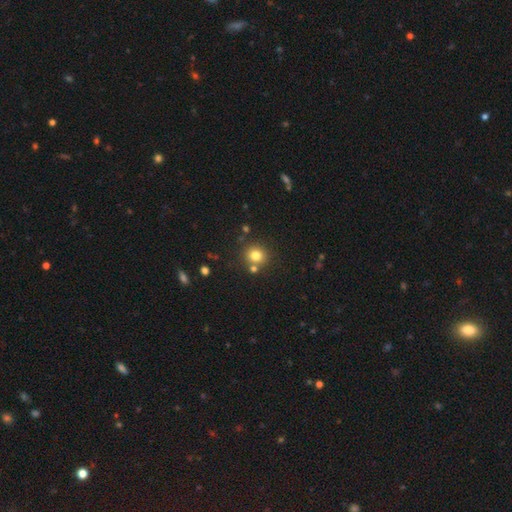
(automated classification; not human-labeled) A smooth galaxy with no disk features (79%) that is round (88%). Merging: none (77%).